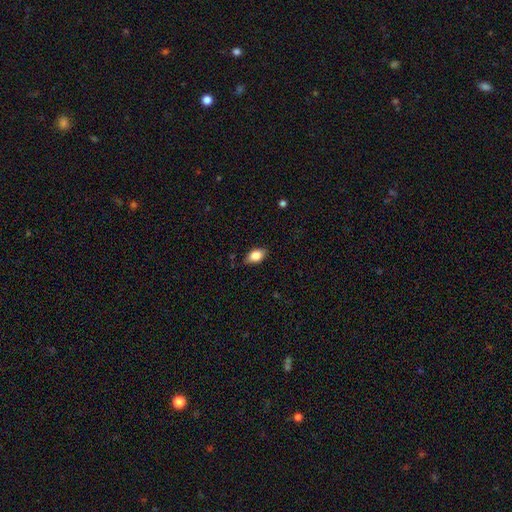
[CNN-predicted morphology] Smooth or featured? smooth (82%)
How rounded? in between (86%)
Merging? none (79%)